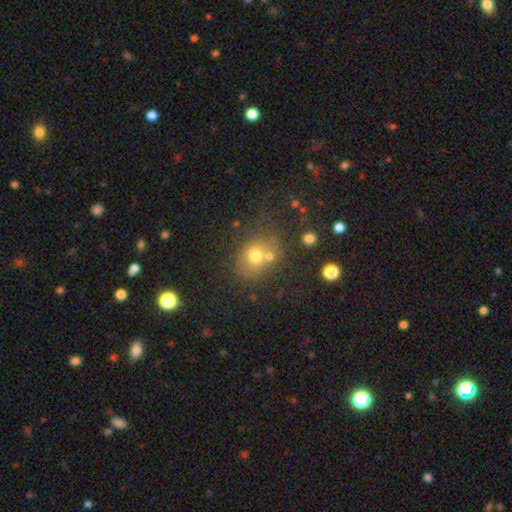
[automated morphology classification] Smooth or featured? Predicted: smooth (p=0.66). How rounded? Predicted: round (p=0.62). Merging? Predicted: none (p=0.52).